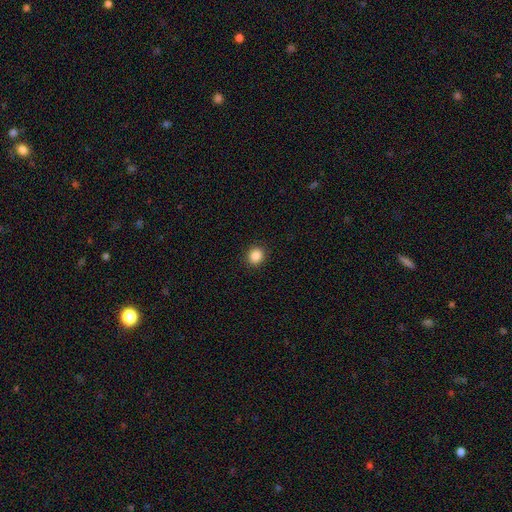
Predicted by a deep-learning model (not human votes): Smooth or featured?
  - smooth: 87% *
  - star or artifact: 10%
  - featured or disk: 3%
How rounded?
  - round: 85% *
  - in between: 14%
  - cigar-shaped: 1%
Merging?
  - none: 92% *
  - minor disturbance: 5%
  - major disturbance: 2%
  - merger: 1%